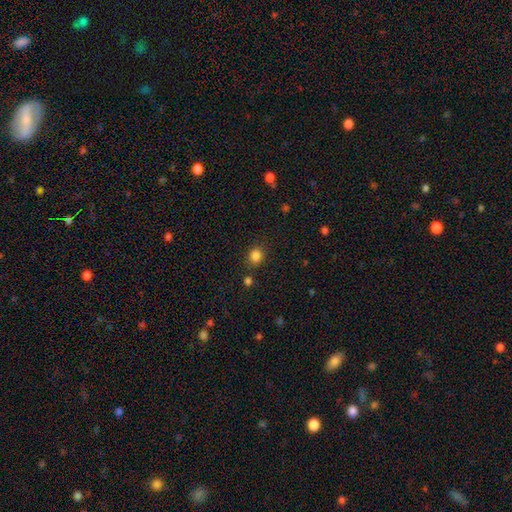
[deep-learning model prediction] The model was most divided on "how rounded": round: 74%, in between: 25%, cigar-shaped: 1%. More confident: smooth or featured — smooth (84%); merging — none (82%).